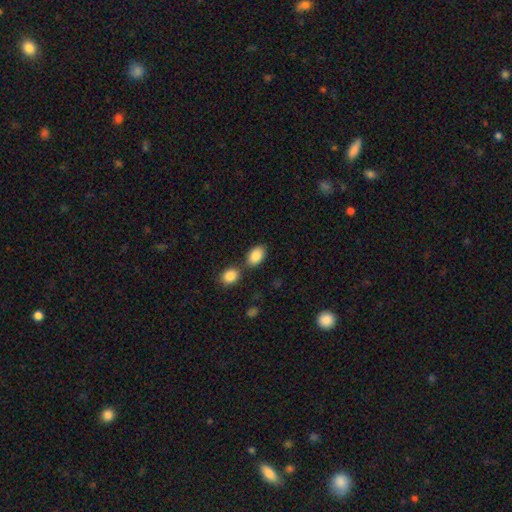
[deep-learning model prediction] Smooth or featured: smooth — 87% (star or artifact — 7%)
How rounded: in between — 89% (round — 10%)
Merging: none — 66% (merger — 20%)